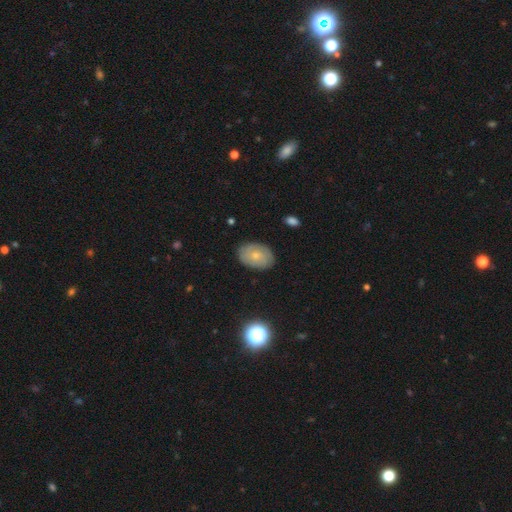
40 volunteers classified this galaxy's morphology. Volunteers were most divided on "how rounded": in between: 60%, round: 40%, cigar-shaped: 0%. More confident: merging — none (90%); smooth or featured — smooth (62%).